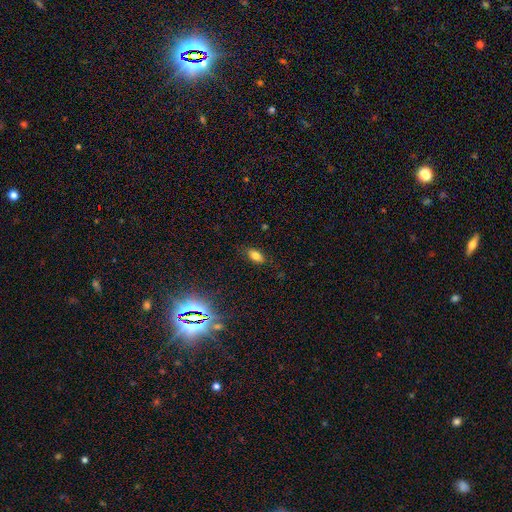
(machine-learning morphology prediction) smooth_or_featured: smooth (p=0.74) [alt: featured or disk p=0.13]
how_rounded: in between (p=0.86) [alt: cigar-shaped p=0.08]
merging: none (p=0.83) [alt: minor disturbance p=0.12]